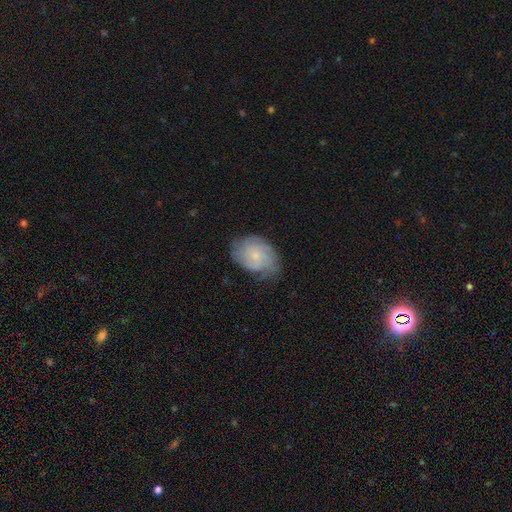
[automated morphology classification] The model was most divided on "spiral winding": tight: 59%, medium: 30%, loose: 10%. Remaining: edge-on disk — no (97%); spiral arms — yes (90%); bar — no (78%); bulge size — small (74%); merging — none (64%); smooth or featured — featured or disk (61%); spiral arm count — can't tell (46%).